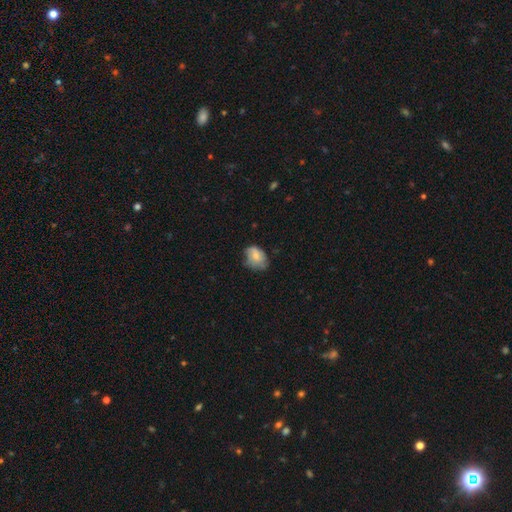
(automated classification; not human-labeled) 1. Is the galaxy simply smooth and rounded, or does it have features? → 64% smooth, 28% featured or disk, 8% star or artifact.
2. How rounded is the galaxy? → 62% in between, 37% round, 1% cigar-shaped.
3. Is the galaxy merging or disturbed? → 51% none, 35% minor disturbance, 13% major disturbance, 2% merger.